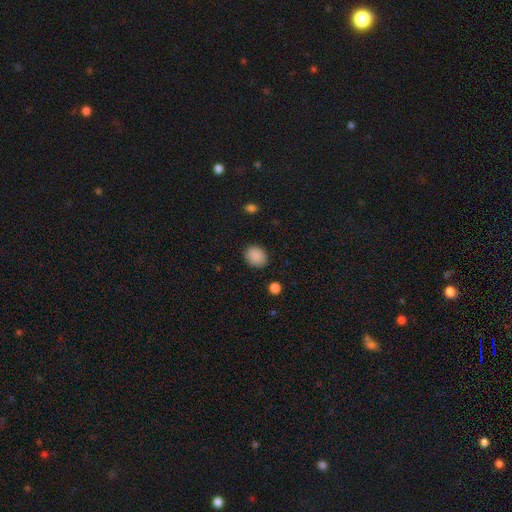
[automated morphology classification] This appears to be a smooth galaxy with no disk features (89%) that is round (57%). Merging: none (87%).